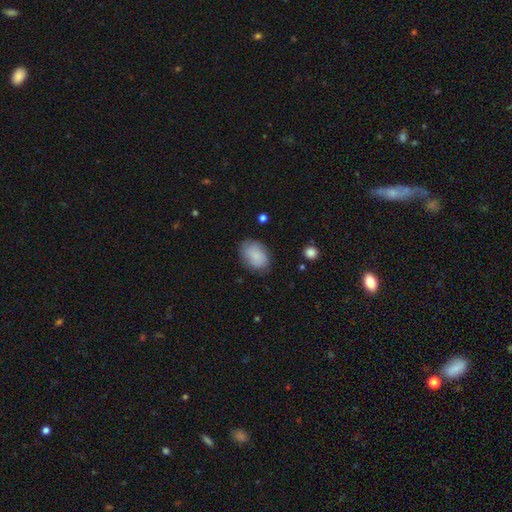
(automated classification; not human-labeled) Smooth or featured: smooth — 84% (featured or disk — 9%)
How rounded: in between — 81% (round — 18%)
Merging: none — 78% (minor disturbance — 16%)